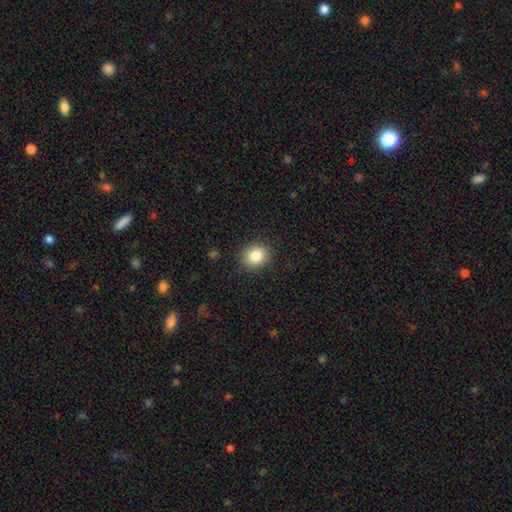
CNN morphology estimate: This is clearly a smooth galaxy (84%). How rounded: likely round (73%). Merging: clearly none (89%).